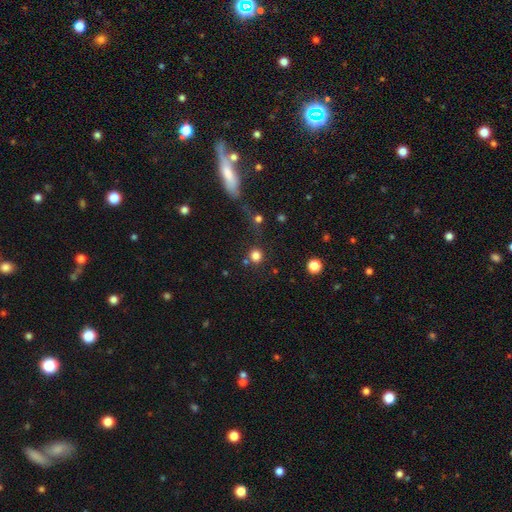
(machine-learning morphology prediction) smooth 80%, star or artifact 15%, featured or disk 6%. Down the decision tree: how rounded — round (92%); merging — none (75%).